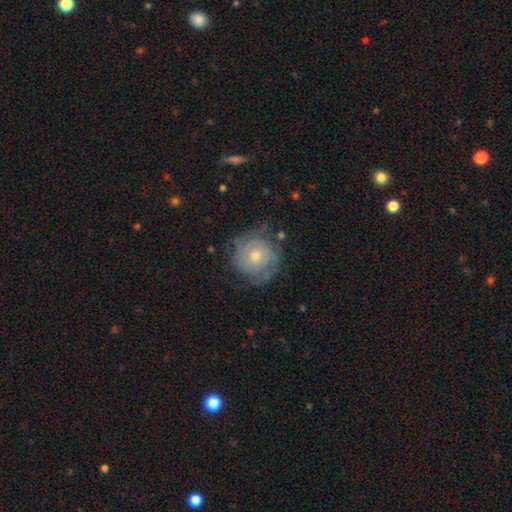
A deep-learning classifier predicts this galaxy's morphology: smooth-or-featured: featured or disk: 63% | smooth: 28% | star or artifact: 10%
  disk-edge-on: no: 97% | yes: 3%
    bar: no: 83% | weak: 14% | strong: 3%
    has-spiral-arms: yes: 81% | no: 19%
    bulge-size: moderate: 55% | small: 40% | large: 3% | none: 1% | dominant: 1%
  merging: none: 71% | minor disturbance: 18% | major disturbance: 8% | merger: 2%